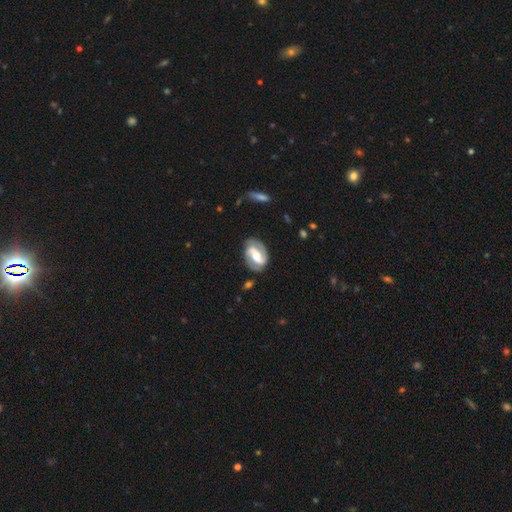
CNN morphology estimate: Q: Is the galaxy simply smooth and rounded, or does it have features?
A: featured or disk — 84%.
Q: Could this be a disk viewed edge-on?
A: no — 97%.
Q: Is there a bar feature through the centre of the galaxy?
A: strong — 49%.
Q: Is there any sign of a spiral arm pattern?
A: yes — 93%.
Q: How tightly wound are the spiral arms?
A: medium — 46%.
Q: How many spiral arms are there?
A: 2 — 89%.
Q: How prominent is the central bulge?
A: moderate — 60%.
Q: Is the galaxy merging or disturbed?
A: none — 79%.